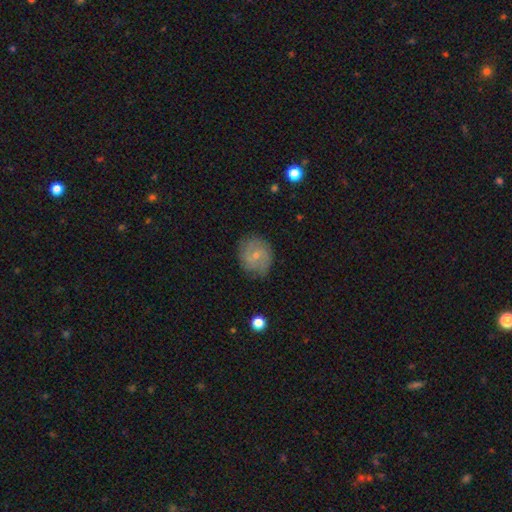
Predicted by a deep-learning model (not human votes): The model was most divided on "smooth or featured": smooth: 53%, featured or disk: 40%, star or artifact: 7%. More confident: how rounded — round (77%); merging — none (71%).